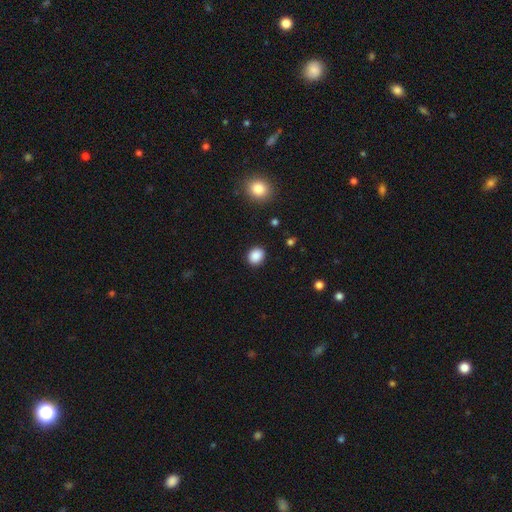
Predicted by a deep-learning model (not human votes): Q: Smooth or featured?
A: smooth (88%); runner-up: star or artifact (9%)
Q: How rounded?
A: round (66%); runner-up: in between (33%)
Q: Merging?
A: none (88%); runner-up: minor disturbance (8%)